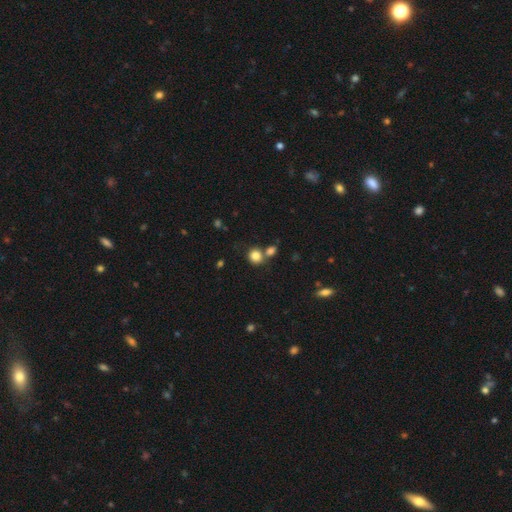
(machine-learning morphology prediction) Smooth or featured? smooth (84%)
How rounded? round (81%)
Merging? none (58%)